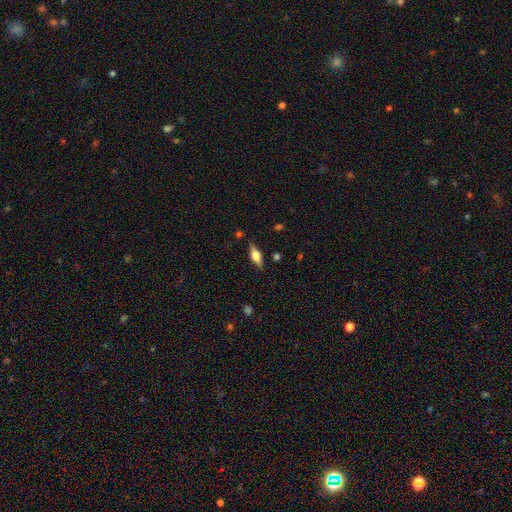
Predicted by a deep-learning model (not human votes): Overall: featured or disk (64%; smooth 29%). Edge-on disk: yes (96%). Edge-on bulge: rounded (90%). Merging: none (85%).